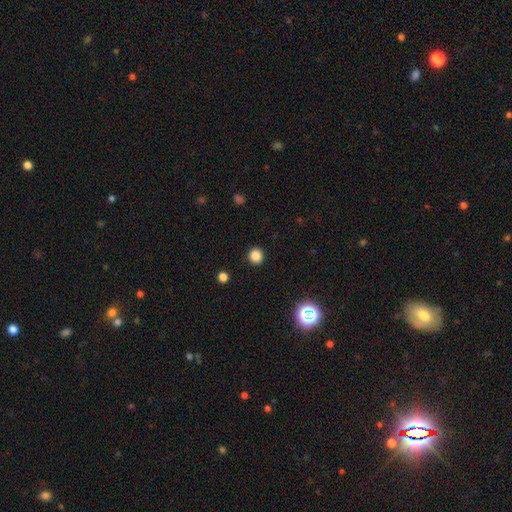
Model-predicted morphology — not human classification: Smooth or featured? smooth (84%)
How rounded? round (93%)
Merging? none (92%)